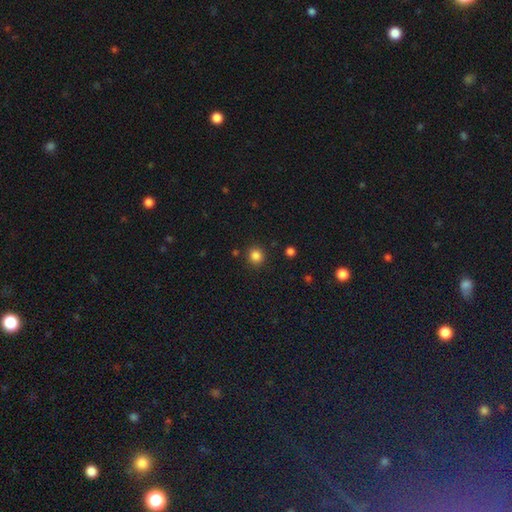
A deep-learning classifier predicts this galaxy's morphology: type=smooth (84%); roundness=round (91%); merging=none (88%).